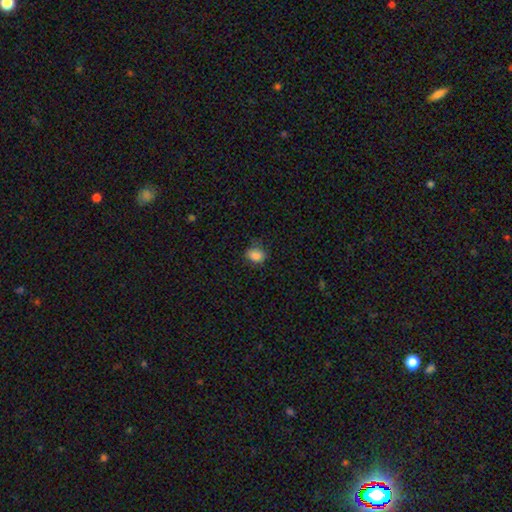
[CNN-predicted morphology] Overall: smooth (86%). How rounded: in between (61%; round 38%). Merging: none (72%).